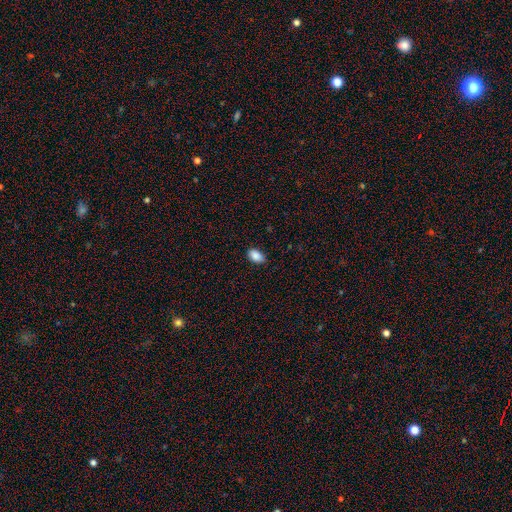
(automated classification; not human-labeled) smooth-or-featured: smooth: 88% | star or artifact: 8% | featured or disk: 4%
  how-rounded: in between: 91% | round: 8% | cigar-shaped: 2%
  merging: none: 83% | minor disturbance: 14% | major disturbance: 2% | merger: 1%